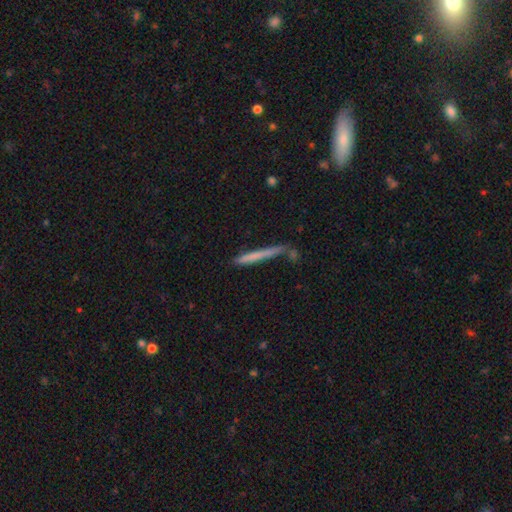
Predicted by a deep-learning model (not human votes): Q: Smooth or featured?
A: smooth (62%); runner-up: featured or disk (30%)
Q: How rounded?
A: cigar-shaped (96%); runner-up: in between (2%)
Q: Merging?
A: none (71%); runner-up: minor disturbance (17%)